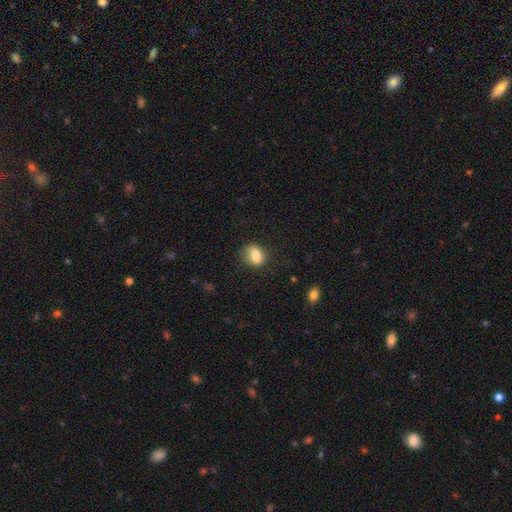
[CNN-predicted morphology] smooth 77%, featured or disk 13%, star or artifact 10%. Down the decision tree: how rounded — in between (59%); merging — none (47%).